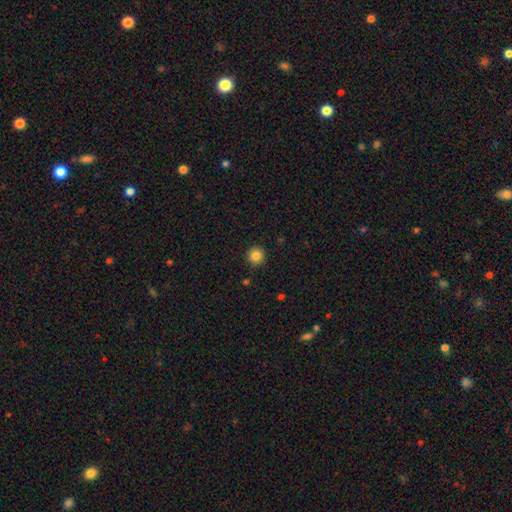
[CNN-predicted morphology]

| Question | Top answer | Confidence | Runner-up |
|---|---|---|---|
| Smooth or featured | smooth | 85% | star or artifact (11%) |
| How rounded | round | 95% | in between (4%) |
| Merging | none | 91% | minor disturbance (6%) |